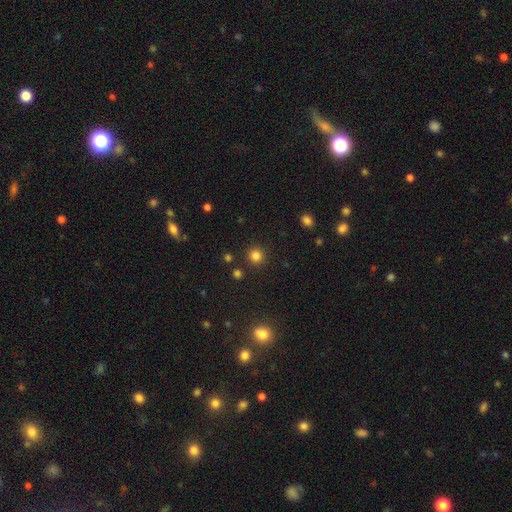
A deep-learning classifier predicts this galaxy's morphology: This is clearly a smooth galaxy (81%). How rounded: clearly round (94%). Merging: clearly none (90%).